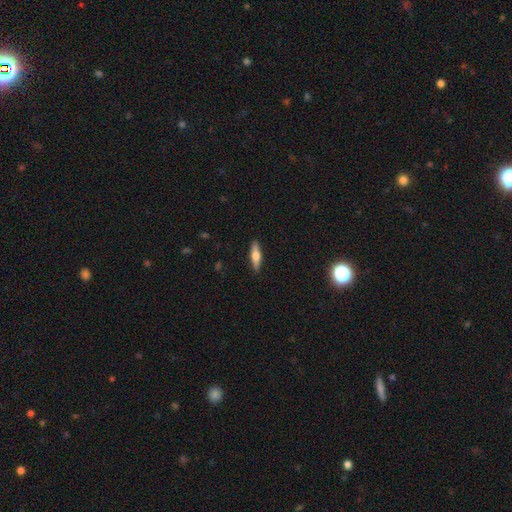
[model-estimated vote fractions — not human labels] Smooth or featured? Predicted: smooth (p=0.50). Merging? Predicted: none (p=0.90).